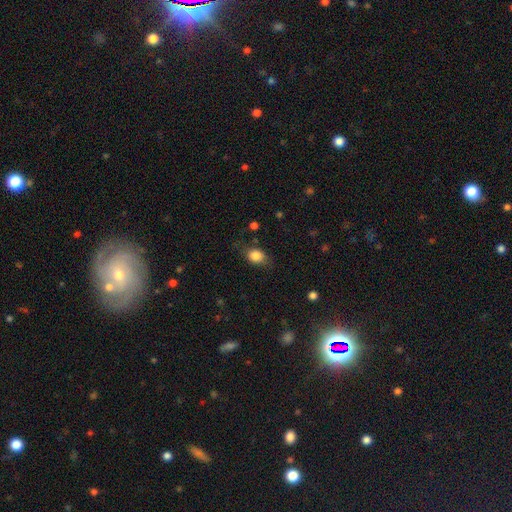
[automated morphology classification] A smooth galaxy with no disk features (83%) that is in between round and cigar-shaped (64%). Merging: none (67%).